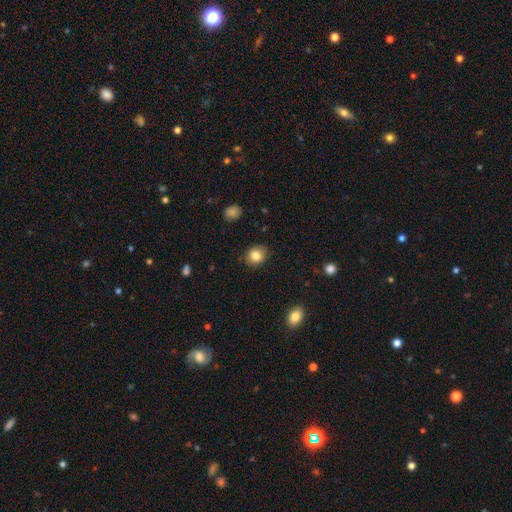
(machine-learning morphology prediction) A smooth galaxy with no disk features (83%) that is round (60%). Merging: none (87%).